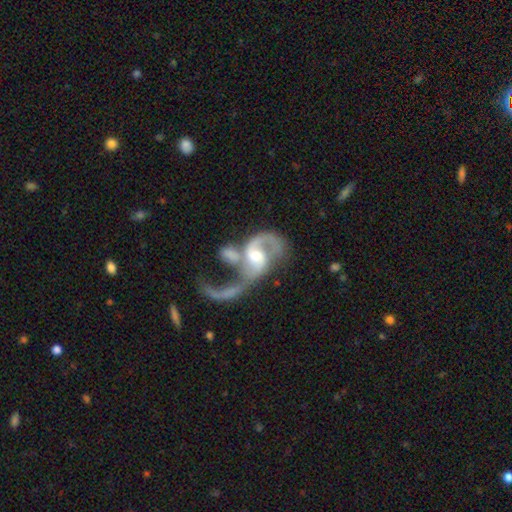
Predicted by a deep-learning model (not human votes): Q: Smooth or featured?
A: featured or disk (87%); runner-up: smooth (8%)
Q: Edge-on disk?
A: no (97%); runner-up: yes (3%)
Q: Bar?
A: no (44%); runner-up: weak (42%)
Q: Spiral arms?
A: yes (93%); runner-up: no (7%)
Q: Spiral winding?
A: loose (57%); runner-up: medium (33%)
Q: Spiral arm count?
A: 2 (73%); runner-up: 1 (17%)
Q: Bulge size?
A: moderate (64%); runner-up: small (20%)
Q: Merging?
A: merger (52%); runner-up: major disturbance (26%)